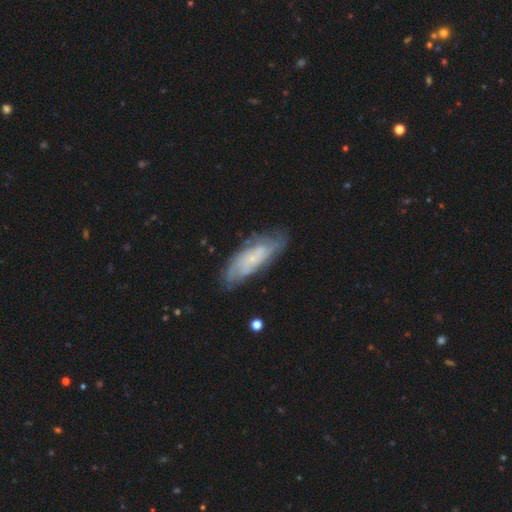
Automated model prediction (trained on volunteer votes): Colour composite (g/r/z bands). It shows a featured or disk galaxy (55%). Merging: none (76%).